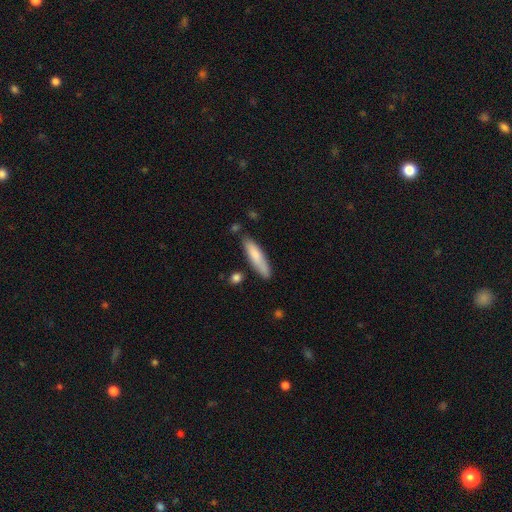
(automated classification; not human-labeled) This is likely a smooth galaxy (76%). How rounded: likely cigar-shaped (79%). Merging: likely none (78%).